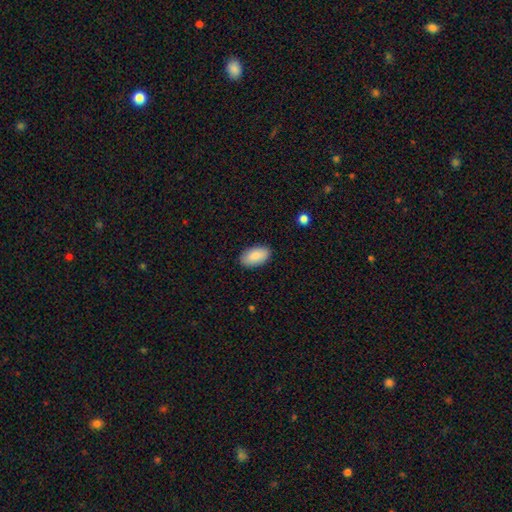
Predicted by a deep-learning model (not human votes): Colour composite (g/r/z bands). It shows a smooth galaxy with no disk features (89%) that is in between round and cigar-shaped (95%). Merging: none (88%).